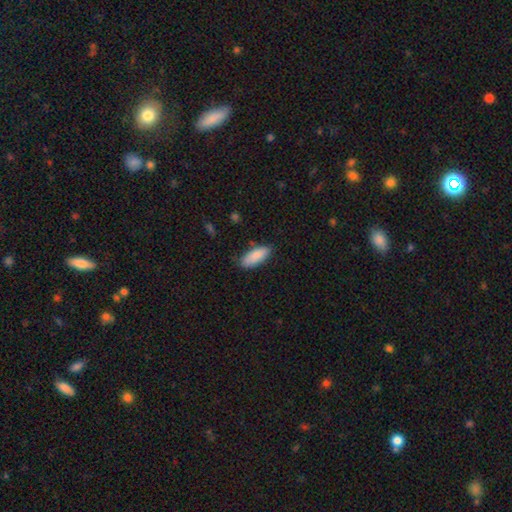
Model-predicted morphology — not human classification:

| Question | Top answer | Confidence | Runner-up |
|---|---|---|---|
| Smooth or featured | smooth | 87% | featured or disk (7%) |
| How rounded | in between | 82% | cigar-shaped (17%) |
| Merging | none | 80% | minor disturbance (16%) |